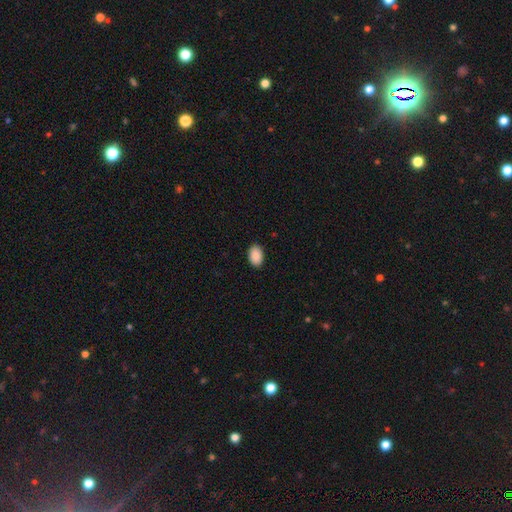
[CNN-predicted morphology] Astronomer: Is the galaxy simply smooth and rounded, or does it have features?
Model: smooth — 91%.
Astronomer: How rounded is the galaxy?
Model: in between — 88%.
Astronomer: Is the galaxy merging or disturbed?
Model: none — 90%.